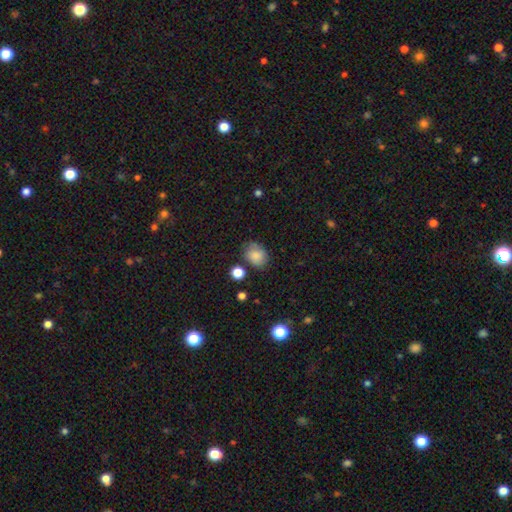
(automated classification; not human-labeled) The model was most divided on "how rounded": in between: 55%, round: 44%, cigar-shaped: 1%. More confident: smooth or featured — smooth (82%); merging — none (68%).